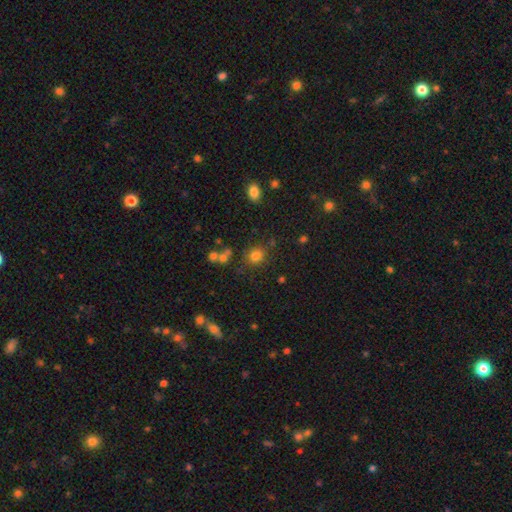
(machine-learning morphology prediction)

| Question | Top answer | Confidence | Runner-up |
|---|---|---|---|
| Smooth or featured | smooth | 78% | star or artifact (15%) |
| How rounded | round | 76% | in between (23%) |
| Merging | none | 78% | minor disturbance (11%) |